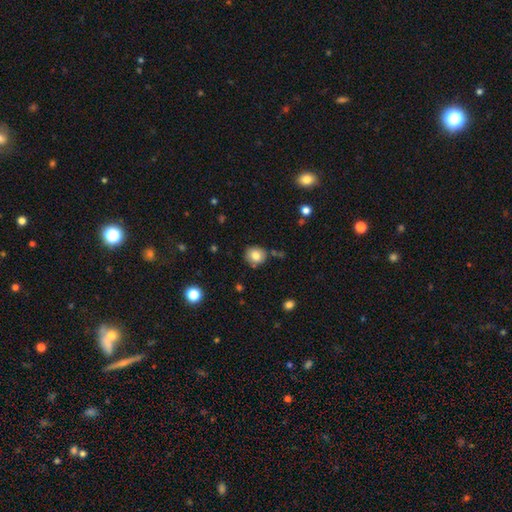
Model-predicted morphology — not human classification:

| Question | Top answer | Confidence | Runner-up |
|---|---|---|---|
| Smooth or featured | smooth | 80% | featured or disk (10%) |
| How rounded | round | 84% | in between (16%) |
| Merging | none | 79% | minor disturbance (13%) |